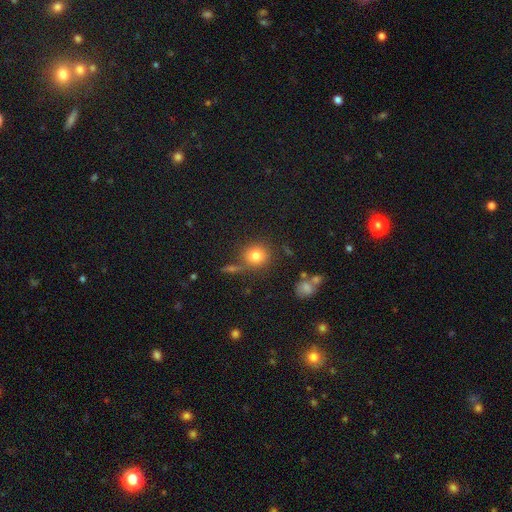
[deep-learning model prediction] A smooth galaxy with no disk features (80%) that is round (87%). Merging: none (74%).